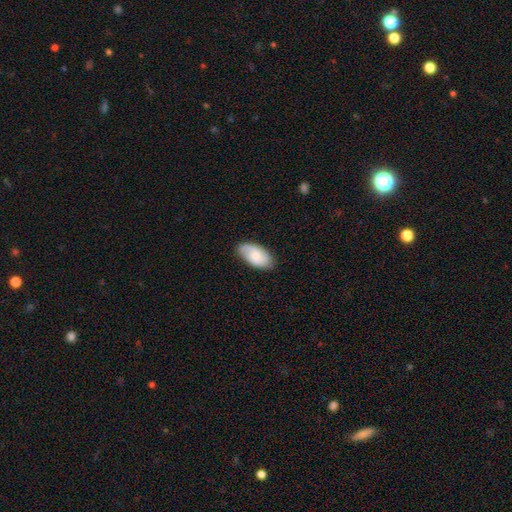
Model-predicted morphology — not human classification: Overall: smooth (64%; featured or disk 30%). How rounded: in between (94%). Merging: none (78%).